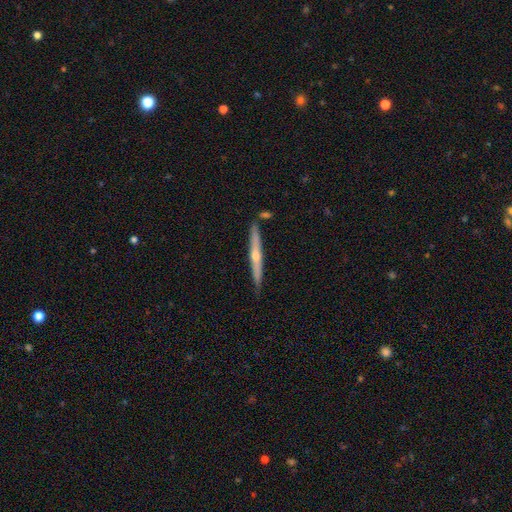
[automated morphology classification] A featured or disk galaxy (67%) viewed edge-on (96%) with a rounded central bulge (82%).

Vote fractions:
- Smooth or featured? featured or disk: 67% / smooth: 27% / star or artifact: 6%
- Edge-on disk? yes: 96% / no: 4%
- Edge-on bulge? rounded: 82% / none: 16% / boxy: 2%
- Merging? none: 85% / minor disturbance: 10% / merger: 4% / major disturbance: 2%